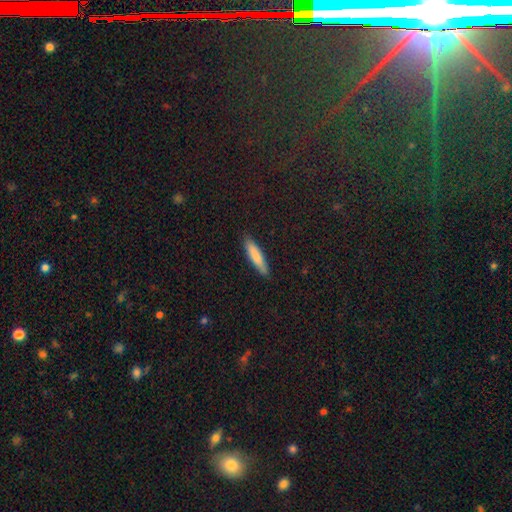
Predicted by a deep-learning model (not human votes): smooth-or-featured: smooth: 80% | featured or disk: 14% | star or artifact: 6%
  how-rounded: cigar-shaped: 83% | in between: 15% | round: 1%
  merging: none: 88% | minor disturbance: 9% | major disturbance: 2% | merger: 1%